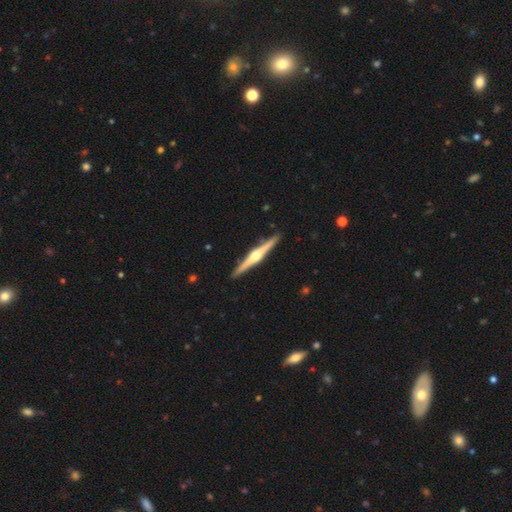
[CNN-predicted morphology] This appears to be a featured or disk galaxy (82%) viewed edge-on (99%) with a rounded central bulge (92%). Merging: none (91%).